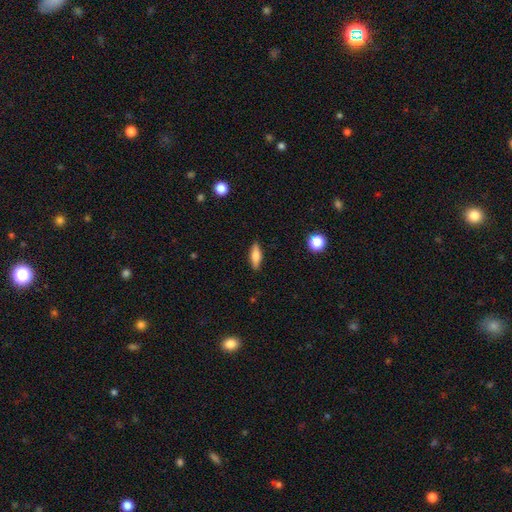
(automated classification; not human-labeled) Smooth or featured?
  - smooth: 69% *
  - featured or disk: 24%
  - star or artifact: 7%
How rounded?
  - in between: 51% *
  - cigar-shaped: 46%
  - round: 3%
Merging?
  - none: 88% *
  - minor disturbance: 9%
  - major disturbance: 2%
  - merger: 1%